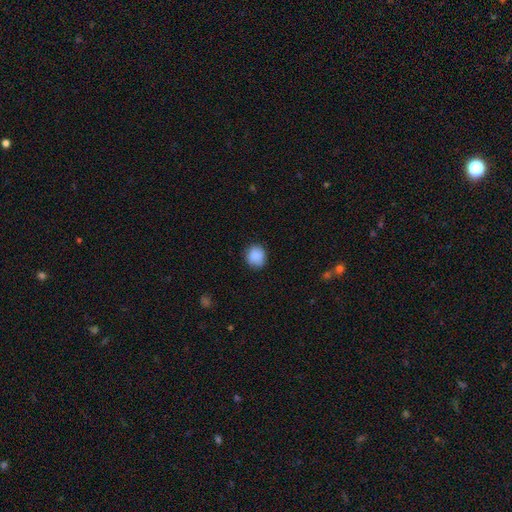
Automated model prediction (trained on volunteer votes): This appears to be a smooth galaxy with no disk features (89%) that is round (85%). Merging: none (84%).